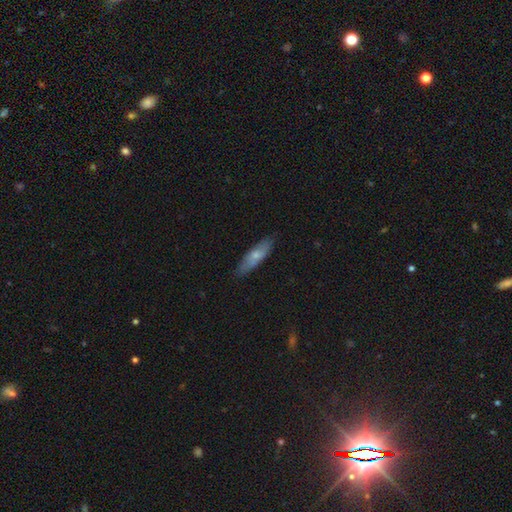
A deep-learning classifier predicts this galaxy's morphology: Q: Smooth or featured?
A: smooth (66%); runner-up: featured or disk (28%)
Q: How rounded?
A: cigar-shaped (59%); runner-up: in between (39%)
Q: Merging?
A: none (81%); runner-up: minor disturbance (16%)